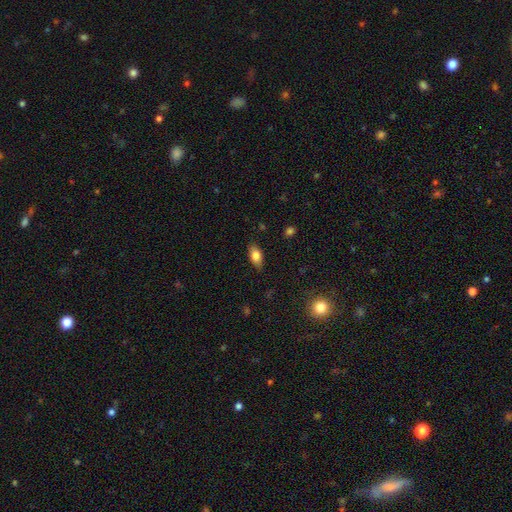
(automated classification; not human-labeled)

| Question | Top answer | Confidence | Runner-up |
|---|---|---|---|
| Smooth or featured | smooth | 76% | featured or disk (16%) |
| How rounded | in between | 85% | cigar-shaped (11%) |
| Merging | none | 82% | minor disturbance (14%) |